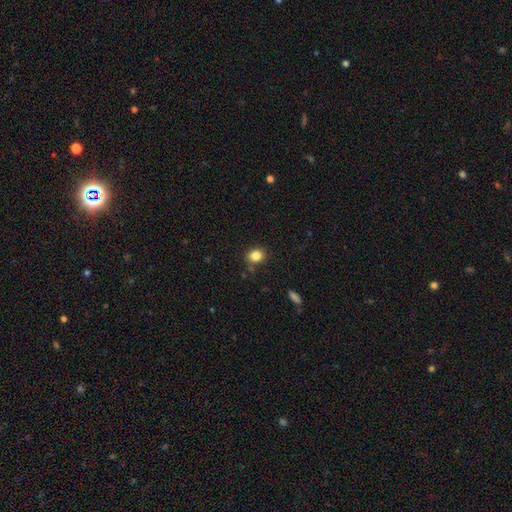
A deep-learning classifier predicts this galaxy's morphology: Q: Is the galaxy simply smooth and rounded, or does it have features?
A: smooth — 84%.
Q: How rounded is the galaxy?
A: round — 67%.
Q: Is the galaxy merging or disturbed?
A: none — 82%.